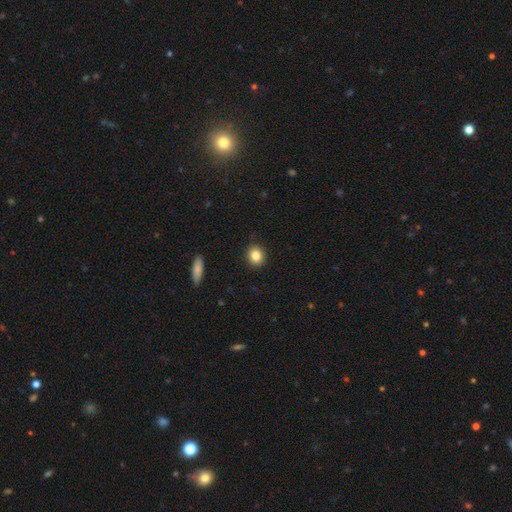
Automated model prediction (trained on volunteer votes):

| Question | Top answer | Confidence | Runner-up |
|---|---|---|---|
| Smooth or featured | smooth | 84% | star or artifact (10%) |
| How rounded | round | 79% | in between (20%) |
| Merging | none | 92% | minor disturbance (6%) |